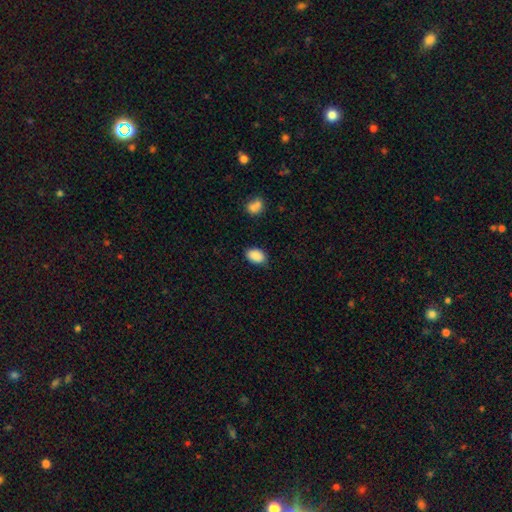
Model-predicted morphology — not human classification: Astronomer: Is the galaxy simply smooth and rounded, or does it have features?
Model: smooth — 89%.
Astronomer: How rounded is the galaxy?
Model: in between — 85%.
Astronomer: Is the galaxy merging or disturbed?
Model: none — 82%.